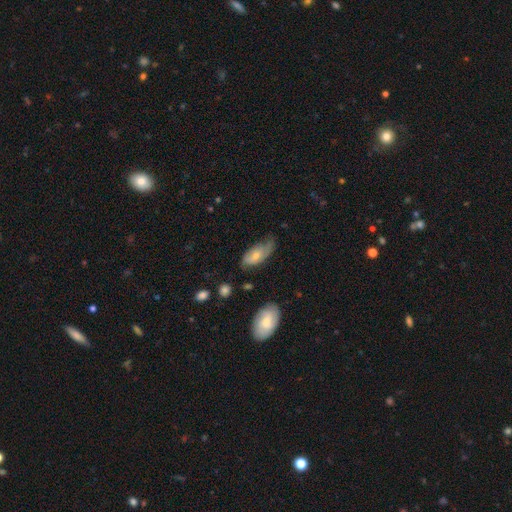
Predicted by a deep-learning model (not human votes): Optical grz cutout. It shows a smooth galaxy with no disk features (63%) that is in between round and cigar-shaped (89%). Merging: minor disturbance (41%).